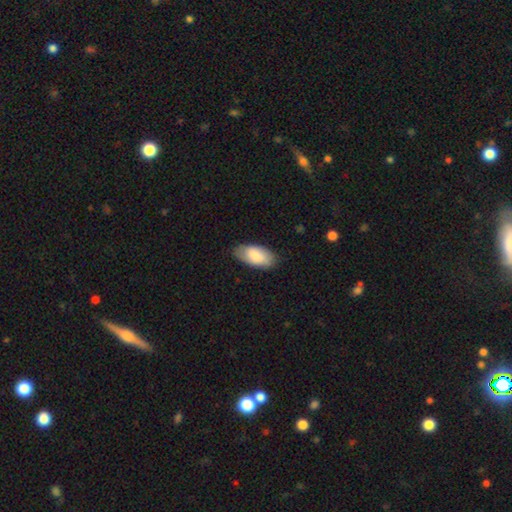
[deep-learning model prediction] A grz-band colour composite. It shows a smooth galaxy with no disk features (80%) that is in between round and cigar-shaped (94%). Merging: none (82%).